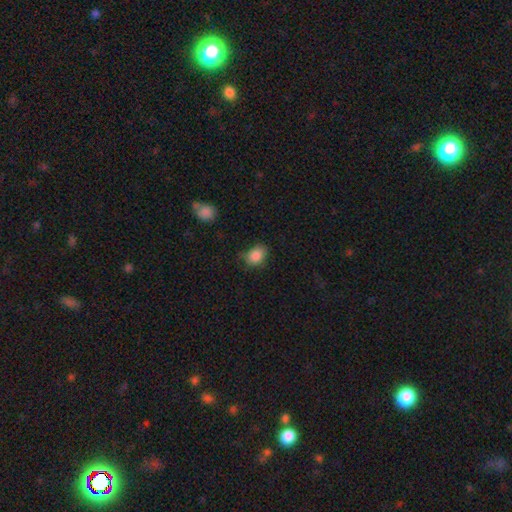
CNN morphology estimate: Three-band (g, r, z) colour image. It shows a smooth galaxy with no disk features (85%) that is in between round and cigar-shaped (65%). Merging: none (68%).